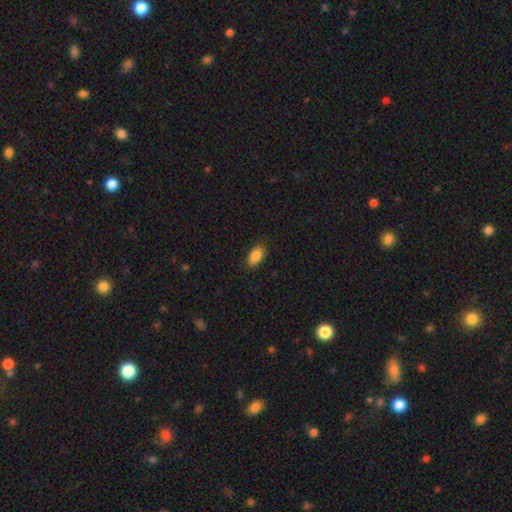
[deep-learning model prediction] Smooth or featured: smooth — 88% (star or artifact — 7%)
How rounded: in between — 93% (round — 5%)
Merging: none — 87% (minor disturbance — 10%)